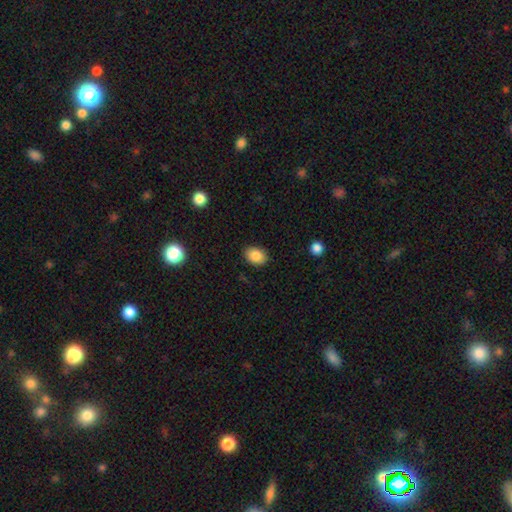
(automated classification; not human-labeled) A smooth galaxy with no disk features (86%) that is in between round and cigar-shaped (77%). Merging: none (88%).